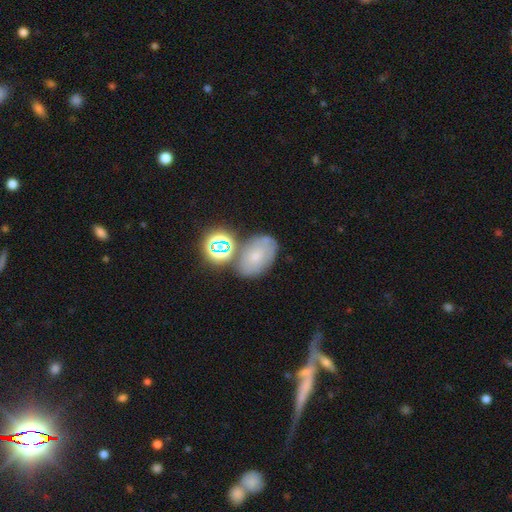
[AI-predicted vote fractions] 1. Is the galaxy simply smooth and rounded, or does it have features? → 43% smooth, 32% featured or disk, 25% star or artifact.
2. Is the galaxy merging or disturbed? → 59% none, 18% minor disturbance, 15% merger, 7% major disturbance.